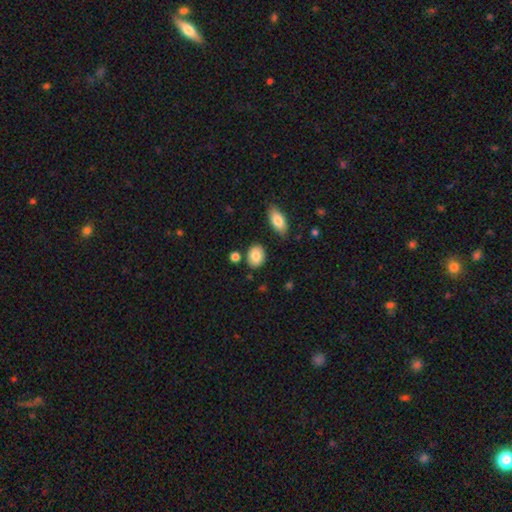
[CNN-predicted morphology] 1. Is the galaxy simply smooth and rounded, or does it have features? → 84% smooth, 8% featured or disk, 8% star or artifact.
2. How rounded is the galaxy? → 63% in between, 36% round, 1% cigar-shaped.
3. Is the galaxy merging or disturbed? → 81% none, 11% minor disturbance, 5% merger, 3% major disturbance.